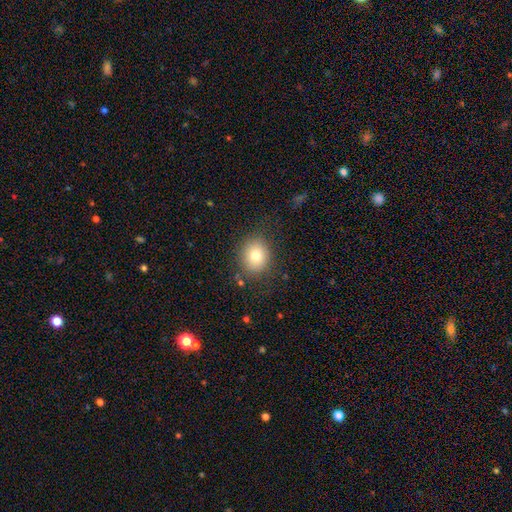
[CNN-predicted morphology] Overall: smooth (78%). How rounded: round (71%). Merging: none (83%).